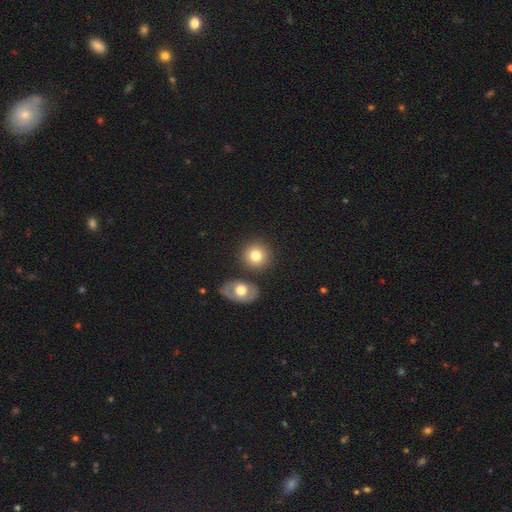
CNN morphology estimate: Smooth or featured: smooth — 77% (featured or disk — 15%)
How rounded: round — 86% (in between — 13%)
Merging: none — 78% (merger — 11%)